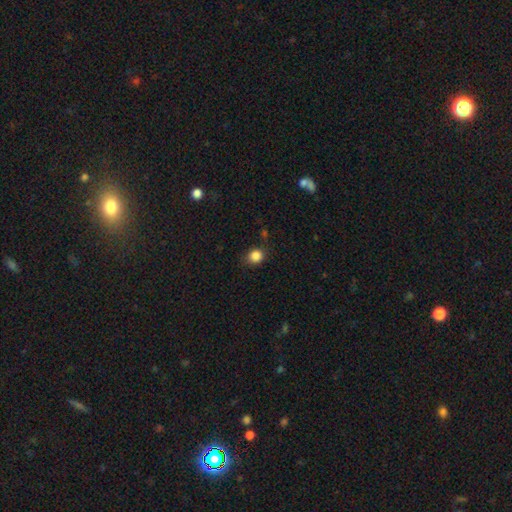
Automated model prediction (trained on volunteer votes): smooth_or_featured: smooth (p=0.85) [alt: star or artifact p=0.11]
how_rounded: round (p=0.79) [alt: in between p=0.20]
merging: none (p=0.82) [alt: minor disturbance p=0.13]